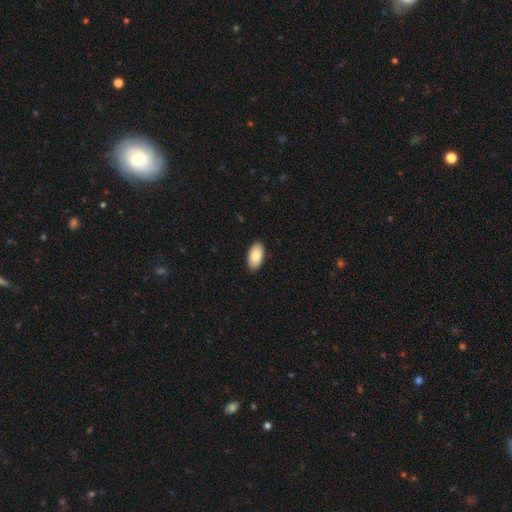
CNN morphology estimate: smooth 86%, featured or disk 8%, star or artifact 6%. Down the decision tree: how rounded — in between (95%); merging — none (90%).